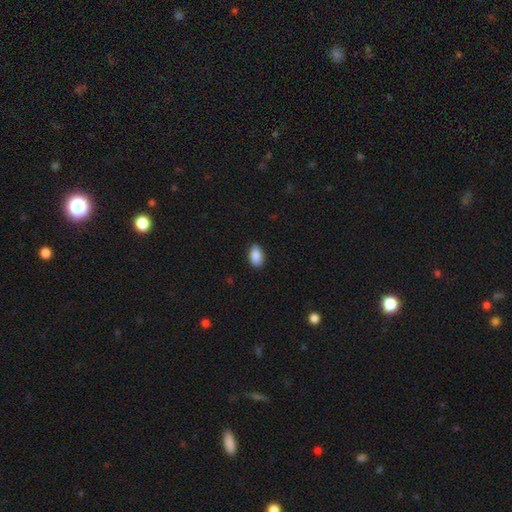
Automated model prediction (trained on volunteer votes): Smooth or featured? Predicted: smooth (p=0.88). How rounded? Predicted: in between (p=0.91). Merging? Predicted: none (p=0.84).